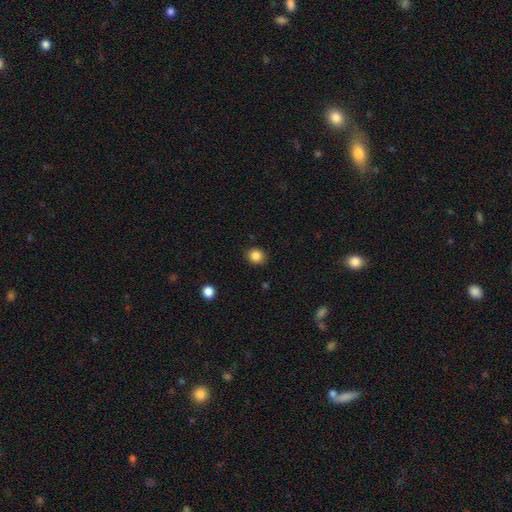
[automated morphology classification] type=smooth (85%); roundness=round (79%); merging=none (89%).